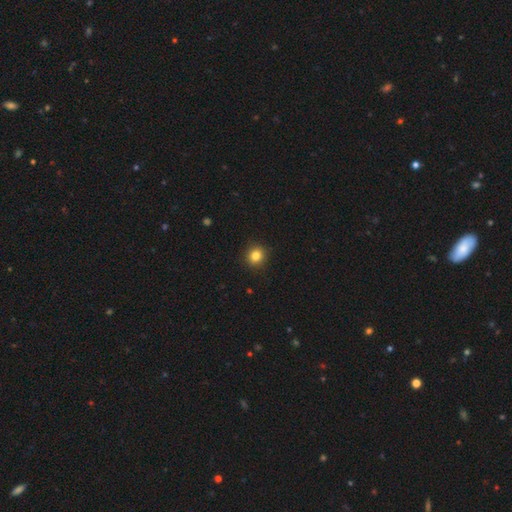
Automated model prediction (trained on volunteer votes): Smooth or featured?
  - smooth: 83% *
  - star or artifact: 12%
  - featured or disk: 5%
How rounded?
  - round: 91% *
  - in between: 8%
  - cigar-shaped: 1%
Merging?
  - none: 92% *
  - minor disturbance: 5%
  - major disturbance: 2%
  - merger: 1%